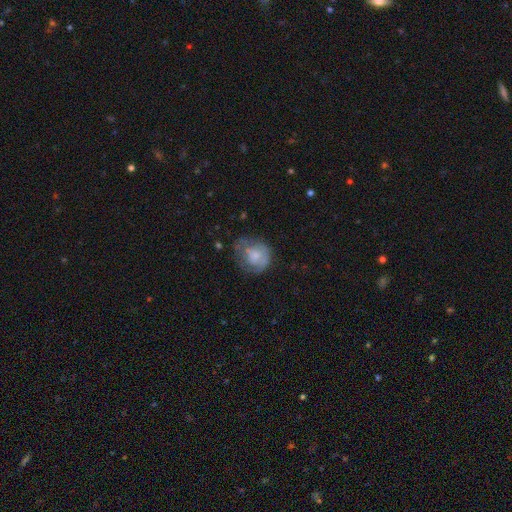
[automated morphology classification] Smooth or featured?
  - smooth: 59% *
  - featured or disk: 33%
  - star or artifact: 8%
How rounded?
  - round: 72% *
  - in between: 27%
  - cigar-shaped: 1%
Merging?
  - none: 43% *
  - minor disturbance: 31%
  - major disturbance: 24%
  - merger: 2%